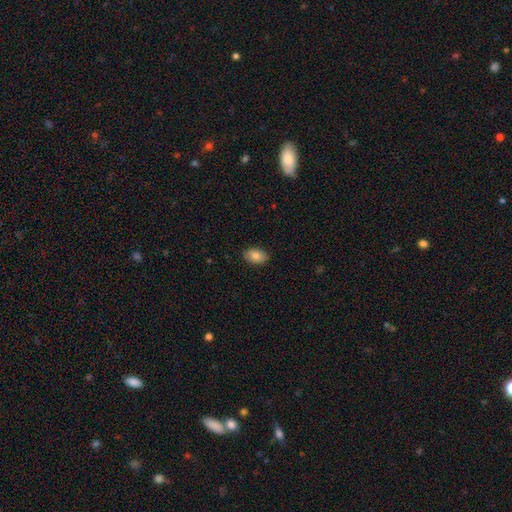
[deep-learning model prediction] smooth 81%, featured or disk 11%, star or artifact 7%. Down the decision tree: how rounded — in between (90%); merging — none (87%).